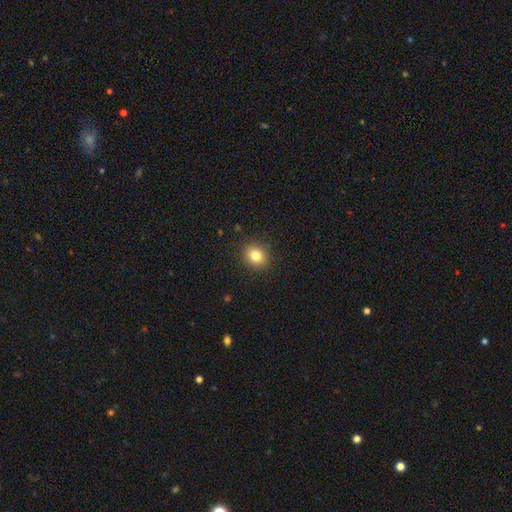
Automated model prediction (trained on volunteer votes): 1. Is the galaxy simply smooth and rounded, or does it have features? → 82% smooth, 11% star or artifact, 7% featured or disk.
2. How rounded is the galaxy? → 76% round, 23% in between, 1% cigar-shaped.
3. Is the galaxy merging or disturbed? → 90% none, 7% minor disturbance, 2% major disturbance, 1% merger.